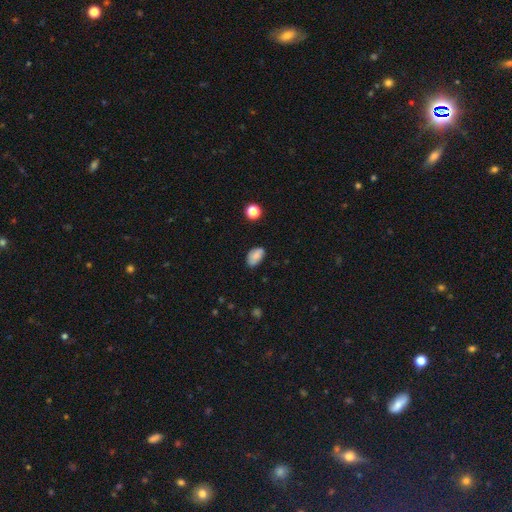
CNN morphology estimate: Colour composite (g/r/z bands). It shows a smooth galaxy with no disk features (78%) that is in between round and cigar-shaped (90%). Merging: none (70%).